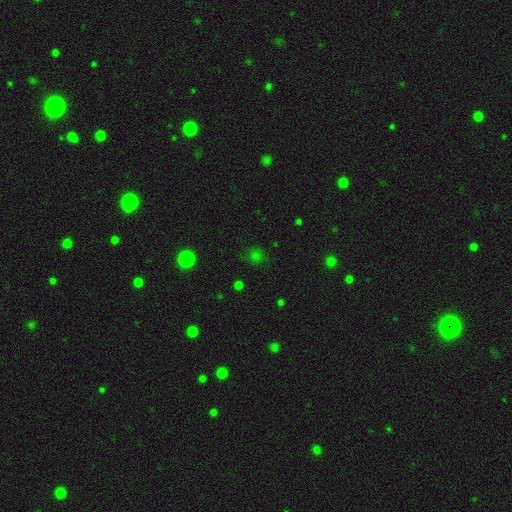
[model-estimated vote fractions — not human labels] smooth-or-featured: smooth: 57% | star or artifact: 36% | featured or disk: 7%
  how-rounded: round: 83% | in between: 16% | cigar-shaped: 1%
  merging: none: 81% | minor disturbance: 12% | major disturbance: 5% | merger: 2%